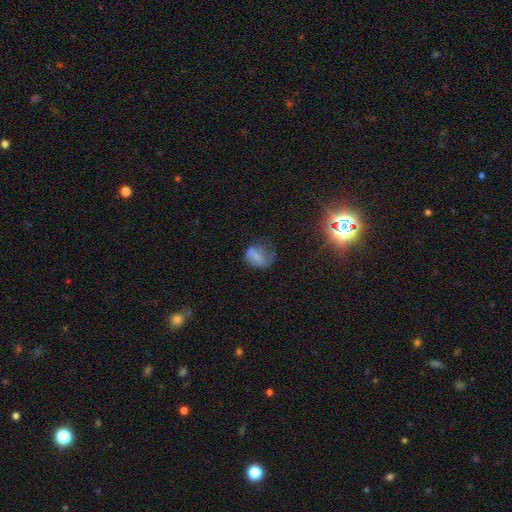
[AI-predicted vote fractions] Overall: smooth (59%; featured or disk 27%). How rounded: in between (59%; round 39%). Merging: major disturbance (36%; none 32%).